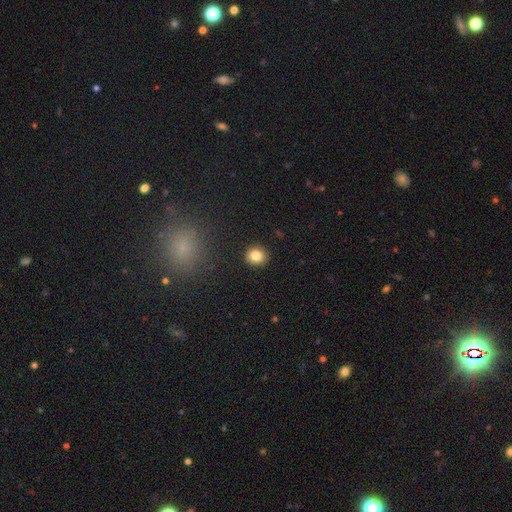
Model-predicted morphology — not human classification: The model was most divided on "how rounded": round: 82%, in between: 17%, cigar-shaped: 1%. More confident: merging — none (91%); smooth or featured — smooth (84%).